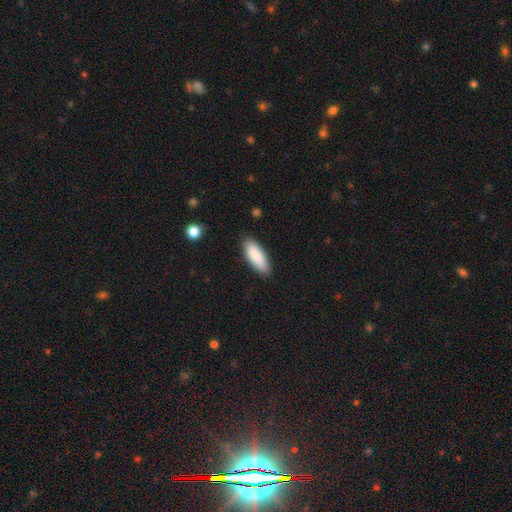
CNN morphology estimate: This is clearly a smooth galaxy (88%). How rounded: likely in between (69%). Merging: clearly none (87%).